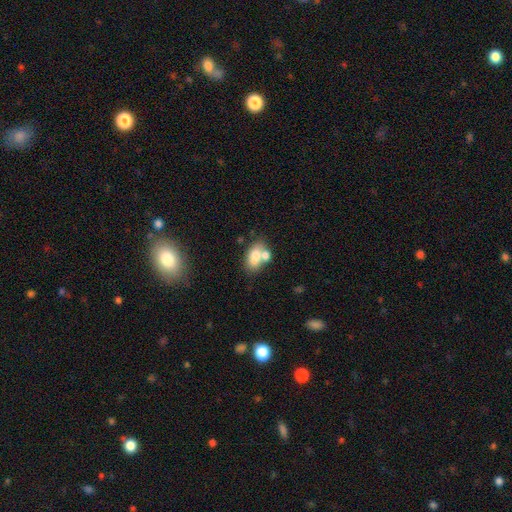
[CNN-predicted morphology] Overall: smooth (72%). How rounded: in between (87%). Merging: merger (42%; none 40%).